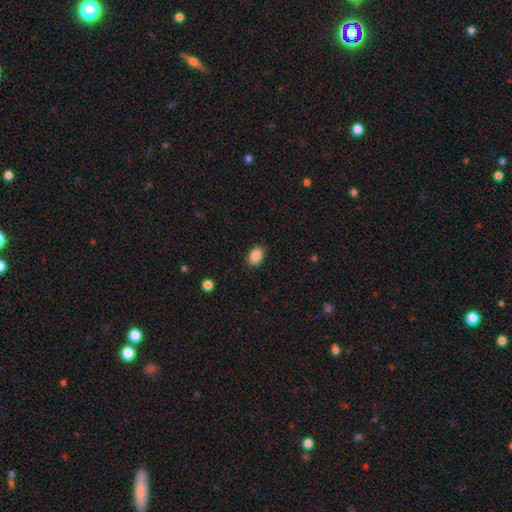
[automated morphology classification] This appears to be a smooth galaxy with no disk features (88%) that is in between round and cigar-shaped (78%). Merging: none (88%).